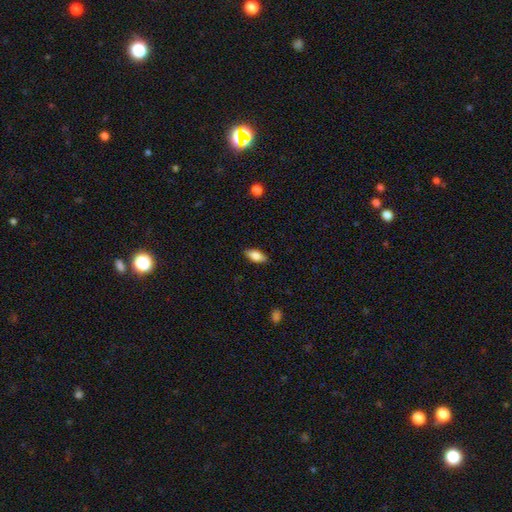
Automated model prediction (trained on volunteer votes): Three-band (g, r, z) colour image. It shows a smooth galaxy with no disk features (85%) that is in between round and cigar-shaped (88%). Merging: none (87%).